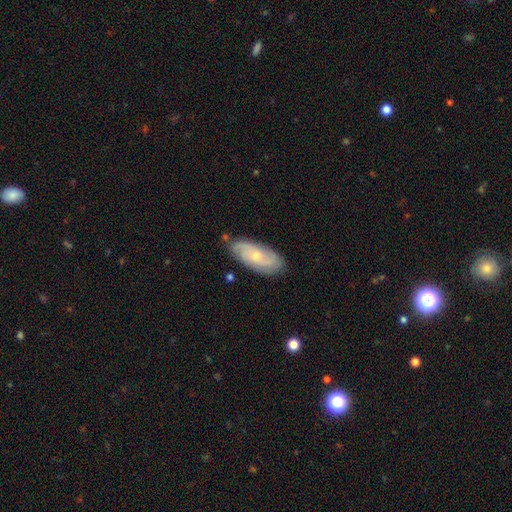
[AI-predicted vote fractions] Smooth or featured? featured or disk (68%)
Edge-on disk? no (92%)
Bar? no (73%)
Spiral arms? yes (90%)
Spiral winding? tight (51%)
Spiral arm count? 2 (34%)
Bulge size? small (63%)
Merging? none (76%)